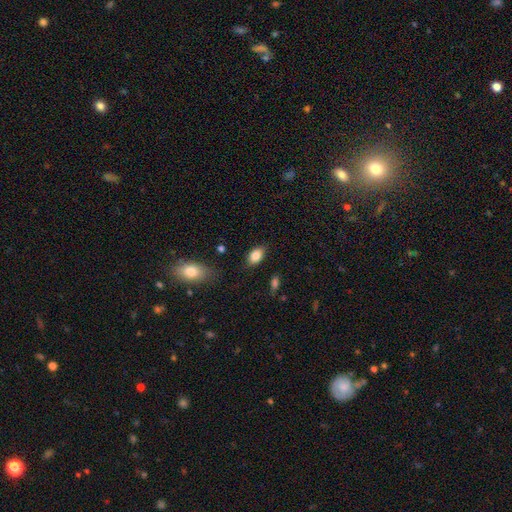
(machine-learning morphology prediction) smooth-or-featured: smooth: 85% | star or artifact: 8% | featured or disk: 7%
  how-rounded: in between: 88% | round: 10% | cigar-shaped: 2%
  merging: none: 83% | minor disturbance: 12% | major disturbance: 3% | merger: 2%